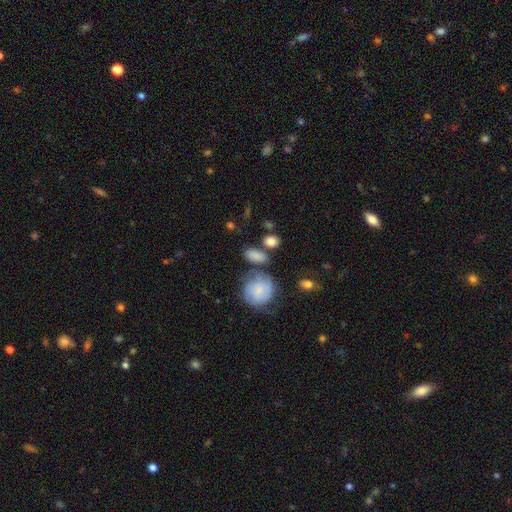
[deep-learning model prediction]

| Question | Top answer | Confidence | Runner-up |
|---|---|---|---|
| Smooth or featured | smooth | 76% | featured or disk (16%) |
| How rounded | in between | 76% | round (20%) |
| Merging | none | 59% | minor disturbance (17%) |